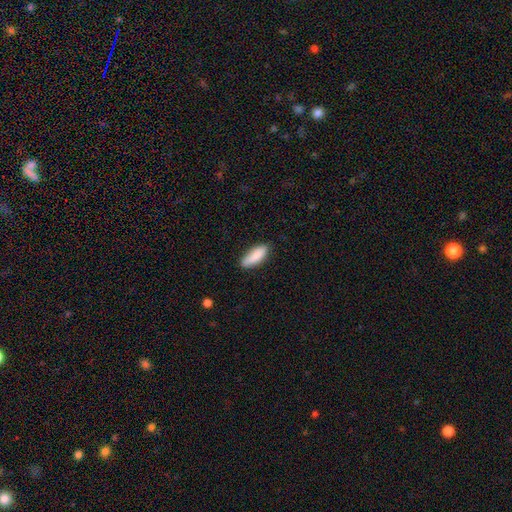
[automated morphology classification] A smooth galaxy with no disk features (87%) that is in between round and cigar-shaped (66%).

Vote fractions:
- Smooth or featured? smooth: 87% / featured or disk: 7% / star or artifact: 6%
- How rounded? in between: 66% / cigar-shaped: 32% / round: 2%
- Merging? none: 76% / minor disturbance: 19% / major disturbance: 3% / merger: 2%